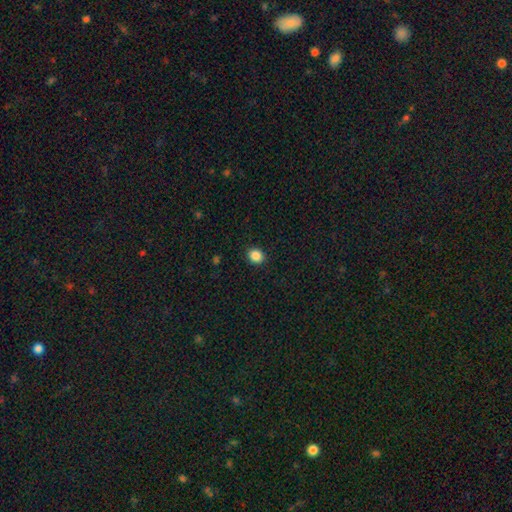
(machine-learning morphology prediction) A smooth galaxy with no disk features (87%) that is round (70%). Merging: none (91%).